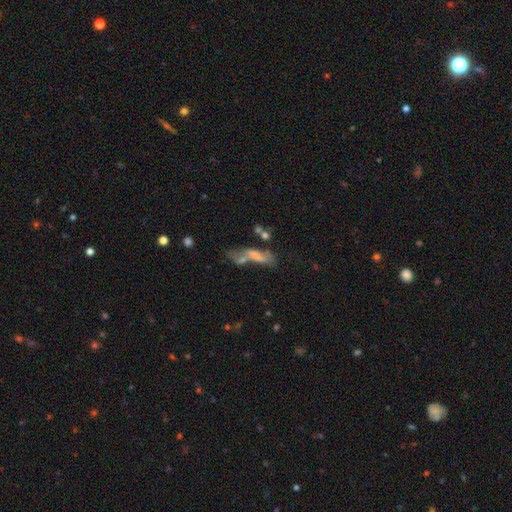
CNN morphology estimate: smooth-or-featured: smooth: 54% | featured or disk: 35% | star or artifact: 11%
  how-rounded: cigar-shaped: 53% | in between: 43% | round: 4%
  merging: merger: 34% | none: 28% | major disturbance: 20% | minor disturbance: 18%